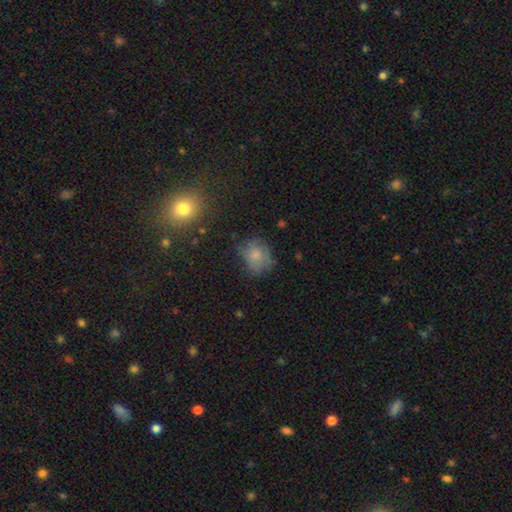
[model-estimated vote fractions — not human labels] Q: Smooth or featured?
A: smooth (73%); runner-up: featured or disk (15%)
Q: How rounded?
A: round (63%); runner-up: in between (36%)
Q: Merging?
A: none (57%); runner-up: minor disturbance (27%)